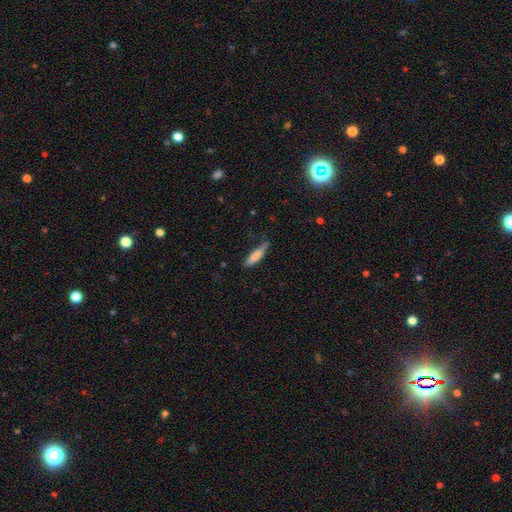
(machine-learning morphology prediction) Q: Smooth or featured?
A: smooth (80%); runner-up: featured or disk (14%)
Q: How rounded?
A: cigar-shaped (75%); runner-up: in between (24%)
Q: Merging?
A: none (63%); runner-up: minor disturbance (28%)